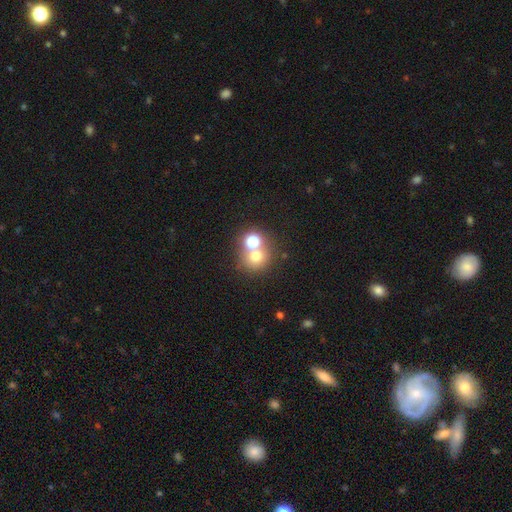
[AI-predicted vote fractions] A smooth galaxy with no disk features (68%) that is round (84%).

Vote fractions:
- Smooth or featured? smooth: 68% / star or artifact: 17% / featured or disk: 15%
- How rounded? round: 84% / in between: 15% / cigar-shaped: 1%
- Merging? merger: 46% / none: 45% / minor disturbance: 6% / major disturbance: 3%